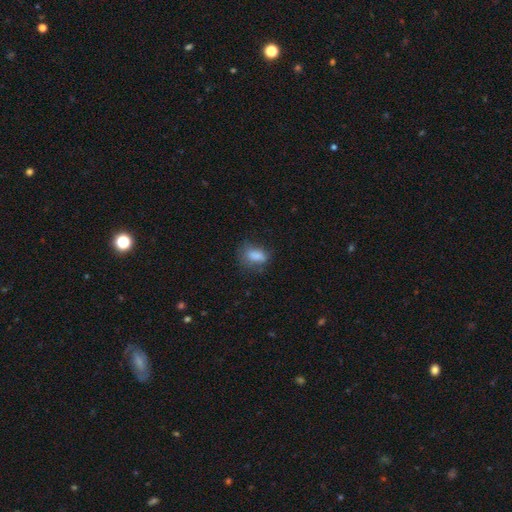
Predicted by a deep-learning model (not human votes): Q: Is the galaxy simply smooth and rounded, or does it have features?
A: smooth — 78%.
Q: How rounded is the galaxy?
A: in between — 76%.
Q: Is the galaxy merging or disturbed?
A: none — 51%.